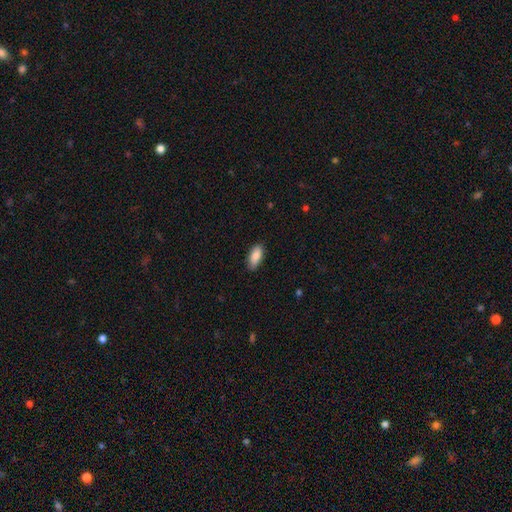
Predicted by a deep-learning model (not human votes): Smooth or featured?
  - smooth: 86% *
  - featured or disk: 8%
  - star or artifact: 6%
How rounded?
  - in between: 85% *
  - cigar-shaped: 13%
  - round: 2%
Merging?
  - none: 85% *
  - minor disturbance: 12%
  - major disturbance: 2%
  - merger: 1%